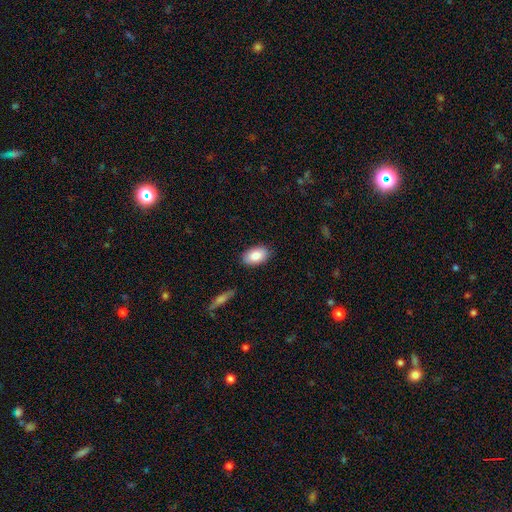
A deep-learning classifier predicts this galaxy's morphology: type=smooth (86%); roundness=in between (92%); merging=none (87%).